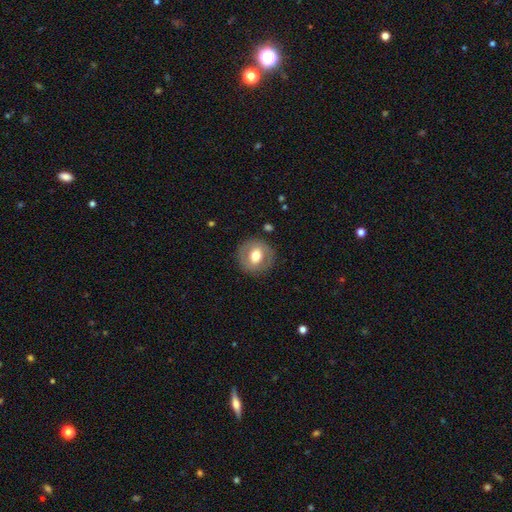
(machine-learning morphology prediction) Smooth or featured: smooth — 56% (featured or disk — 37%)
How rounded: round — 86% (in between — 13%)
Merging: none — 85% (minor disturbance — 9%)